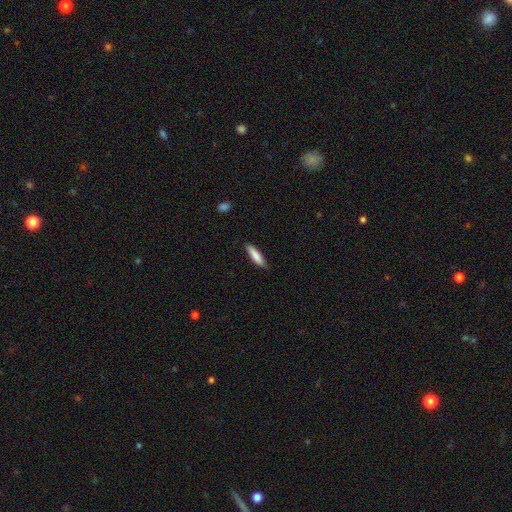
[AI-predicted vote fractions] Smooth or featured?
  - smooth: 84% *
  - featured or disk: 10%
  - star or artifact: 6%
How rounded?
  - cigar-shaped: 69% *
  - in between: 30%
  - round: 1%
Merging?
  - none: 83% *
  - minor disturbance: 13%
  - major disturbance: 2%
  - merger: 1%